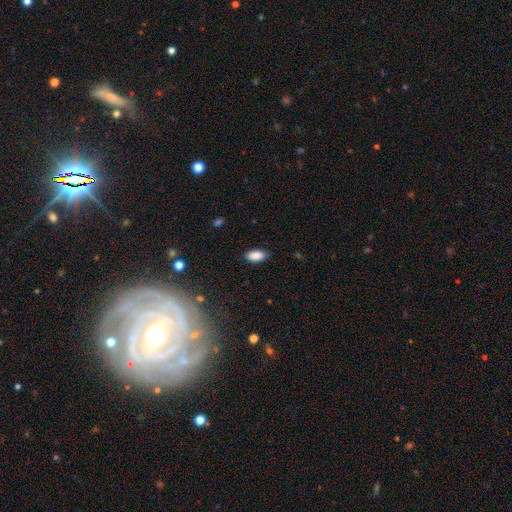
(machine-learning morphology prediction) A smooth galaxy with no disk features (88%) that is in between round and cigar-shaped (92%). Merging: none (85%).